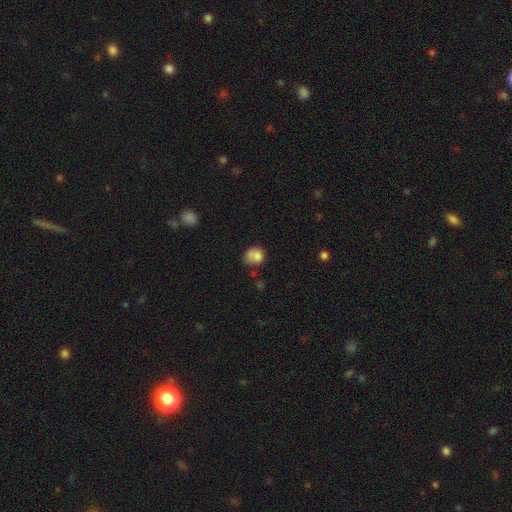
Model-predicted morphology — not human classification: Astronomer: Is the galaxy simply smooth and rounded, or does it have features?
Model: smooth — 78%.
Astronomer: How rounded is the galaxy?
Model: round — 54% (runner-up: in between, 45%).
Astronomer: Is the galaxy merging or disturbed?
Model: none — 39% (runner-up: minor disturbance, 29%).